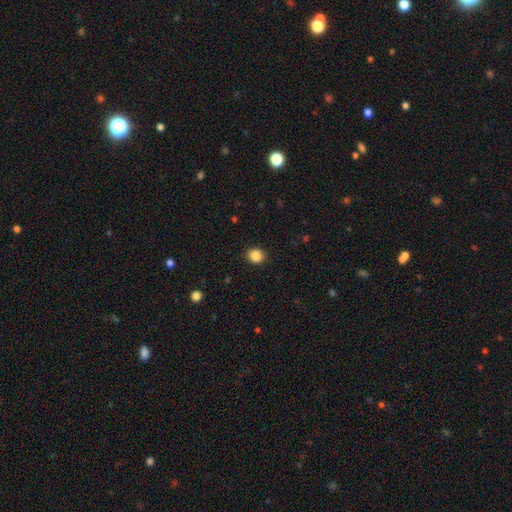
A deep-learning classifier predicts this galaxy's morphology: Smooth or featured? Predicted: smooth (p=0.87). How rounded? Predicted: round (p=0.75). Merging? Predicted: none (p=0.90).